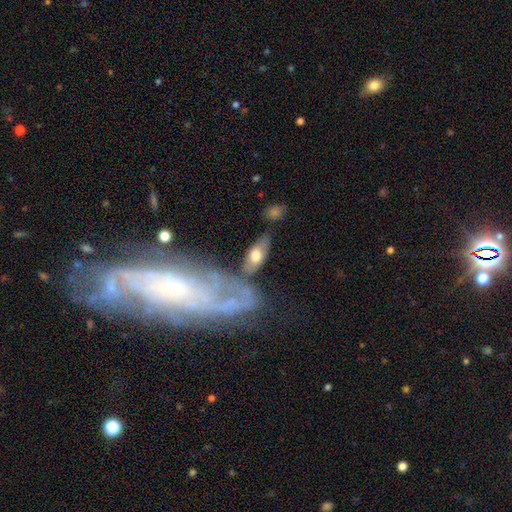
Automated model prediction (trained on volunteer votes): This is possibly a smooth galaxy (58%). How rounded: clearly in between (82%). Merging: likely none (62%).